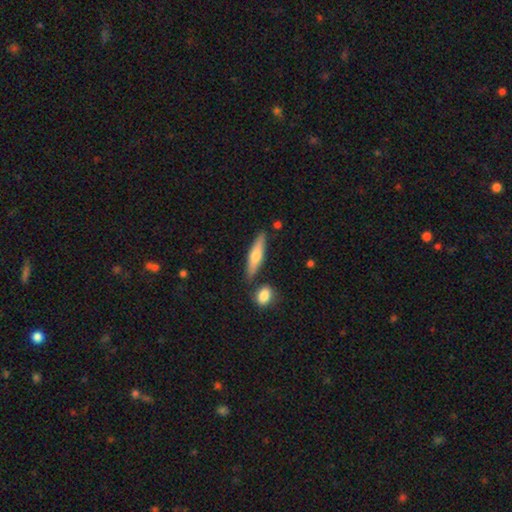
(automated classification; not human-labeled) smooth_or_featured: smooth (p=0.54) [alt: featured or disk p=0.40]
how_rounded: cigar-shaped (p=0.77) [alt: in between p=0.21]
merging: none (p=0.80) [alt: minor disturbance p=0.11]